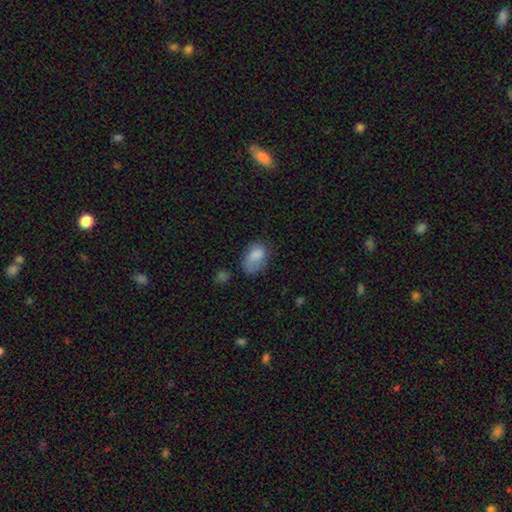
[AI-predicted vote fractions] Morphology: type=smooth (80%); roundness=in between (82%); merging=none (46%).